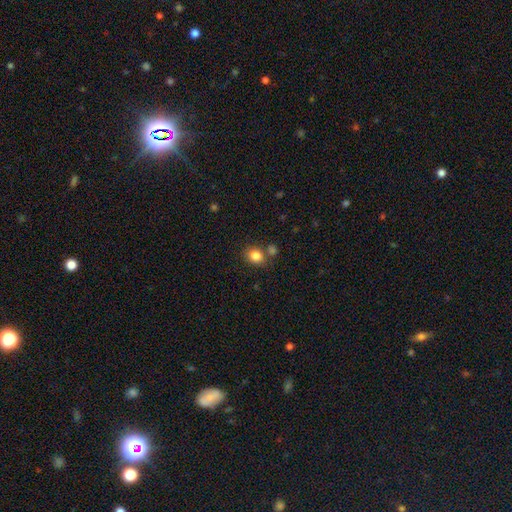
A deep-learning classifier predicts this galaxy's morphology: Overall: smooth (84%). How rounded: round (64%; in between 35%). Merging: none (70%).